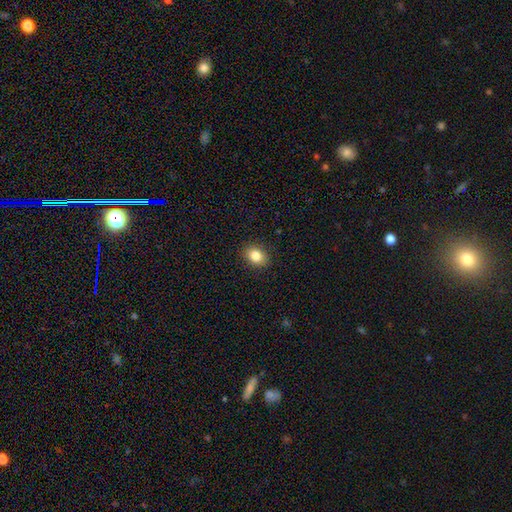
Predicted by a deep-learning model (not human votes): Morphology: type=smooth (85%); roundness=in between (60%); merging=none (90%).